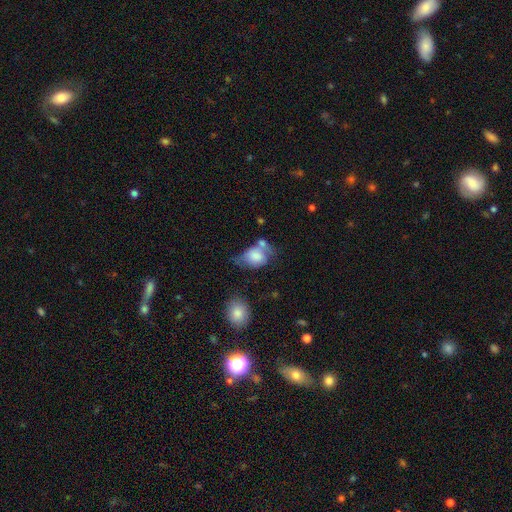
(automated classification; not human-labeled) Overall: smooth (70%). How rounded: in between (66%; round 32%). Merging: merger (28%; none 27%).